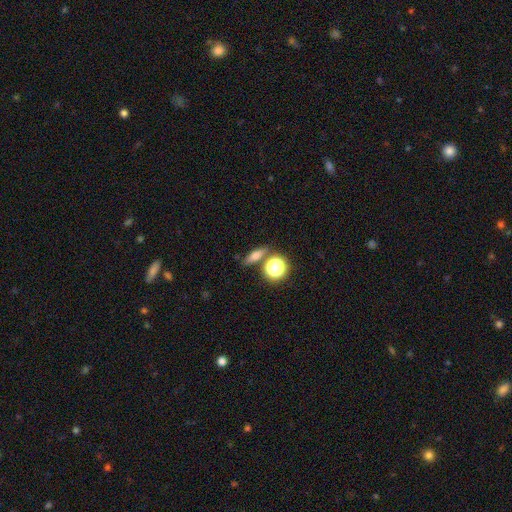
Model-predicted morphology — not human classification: smooth 61%, featured or disk 21%, star or artifact 18%. Down the decision tree: how rounded — in between (39%); merging — none (77%).